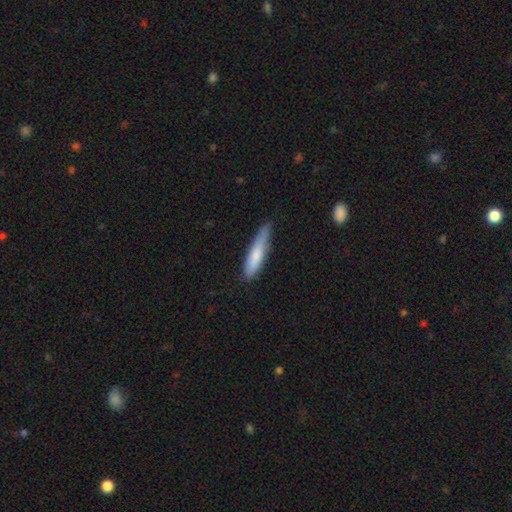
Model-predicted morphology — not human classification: Overall: smooth (74%). How rounded: cigar-shaped (88%). Merging: none (67%).